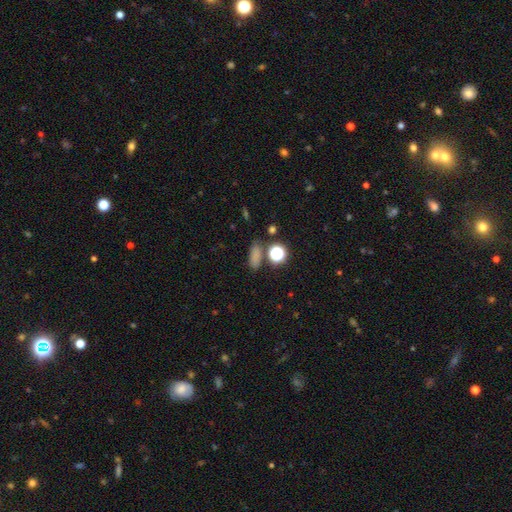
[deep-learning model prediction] Morphology: type=smooth (73%); roundness=in between (67%); merging=none (76%).